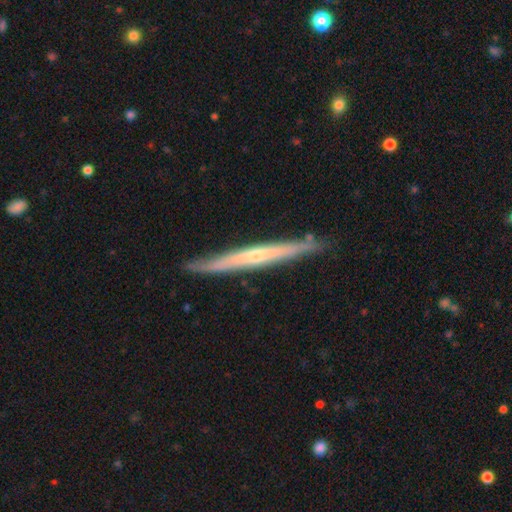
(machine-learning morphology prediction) smooth-or-featured: featured or disk: 68% | smooth: 26% | star or artifact: 5%
  disk-edge-on: yes: 95% | no: 5%
    edge-on-bulge: rounded: 51% | none: 45% | boxy: 4%
  merging: none: 86% | minor disturbance: 11% | major disturbance: 2% | merger: 1%